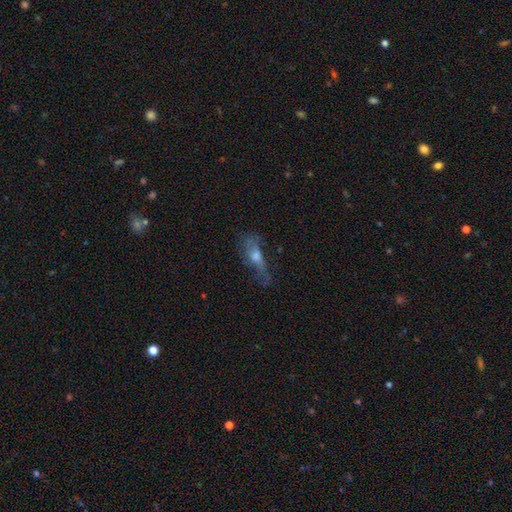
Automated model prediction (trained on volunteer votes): Overall: featured or disk (53%; smooth 34%). Edge-on disk: no (63%; yes 37%). Merging: none (47%; minor disturbance 26%).